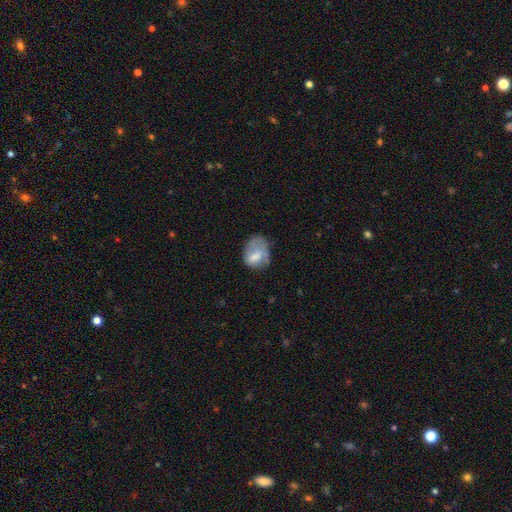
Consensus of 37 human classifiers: smooth 65%, featured or disk 32%, star or artifact 3%. Down the decision tree: how rounded — in between (58%); merging — none (36%).